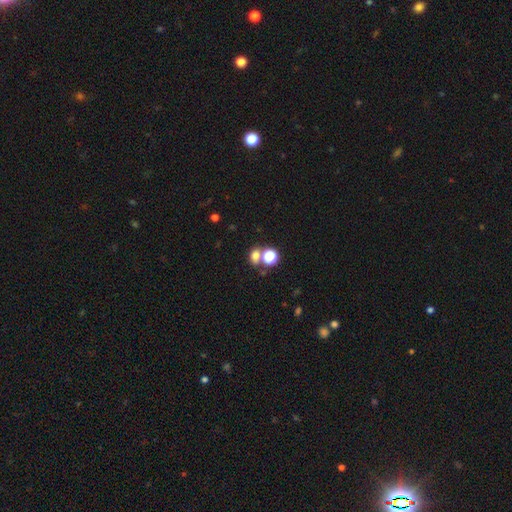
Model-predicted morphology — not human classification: Smooth or featured?
  - smooth: 70% *
  - star or artifact: 21%
  - featured or disk: 9%
How rounded?
  - round: 51% *
  - in between: 47%
  - cigar-shaped: 2%
Merging?
  - none: 52% *
  - merger: 34%
  - minor disturbance: 9%
  - major disturbance: 5%